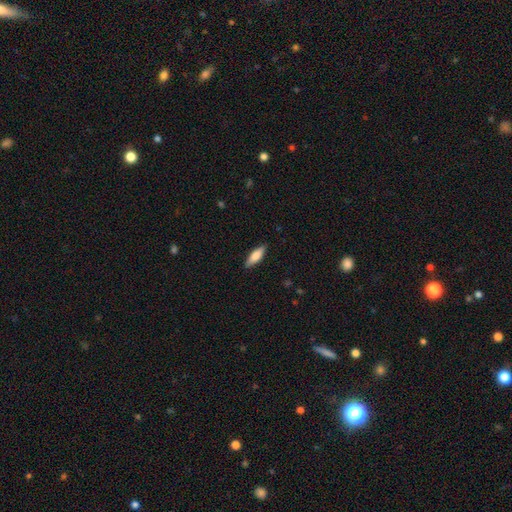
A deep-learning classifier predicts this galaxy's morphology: A smooth galaxy with no disk features (76%) that is in between round and cigar-shaped (56%). Merging: none (87%).